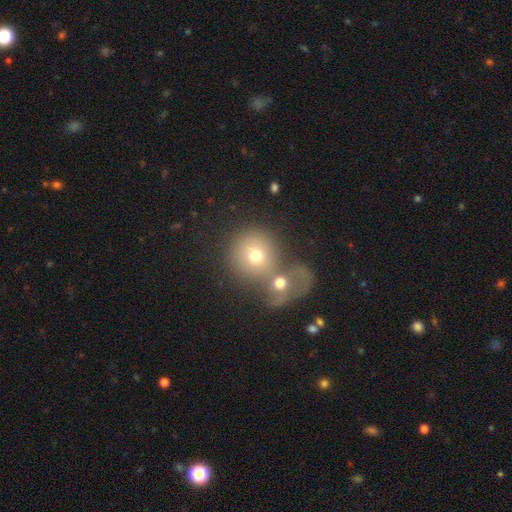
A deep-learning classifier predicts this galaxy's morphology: A smooth galaxy with no disk features (66%) that is round (85%).

Vote fractions:
- Smooth or featured? smooth: 66% / featured or disk: 21% / star or artifact: 13%
- How rounded? round: 85% / in between: 14% / cigar-shaped: 1%
- Merging? merger: 53% / none: 34% / minor disturbance: 8% / major disturbance: 6%